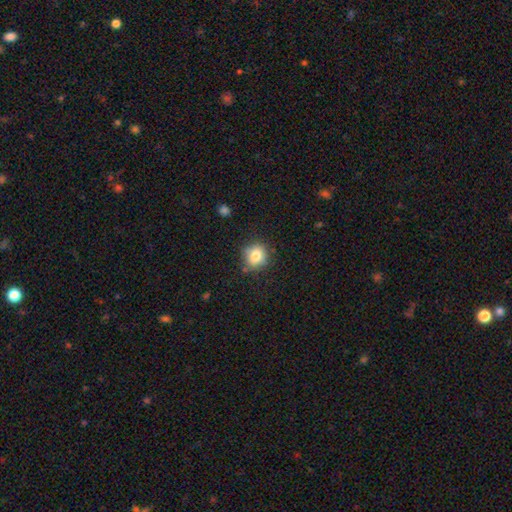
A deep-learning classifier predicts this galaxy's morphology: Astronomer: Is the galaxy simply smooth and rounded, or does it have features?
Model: smooth — 79%.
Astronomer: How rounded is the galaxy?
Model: round — 81%.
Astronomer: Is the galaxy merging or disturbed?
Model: none — 77%.